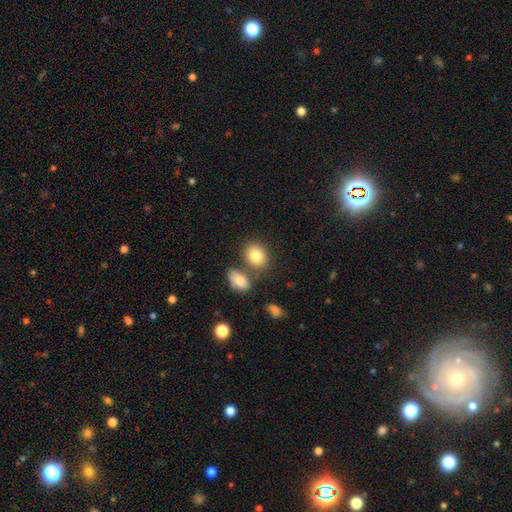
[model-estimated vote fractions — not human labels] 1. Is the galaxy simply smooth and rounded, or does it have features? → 82% smooth, 9% featured or disk, 9% star or artifact.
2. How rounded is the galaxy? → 57% in between, 42% round, 1% cigar-shaped.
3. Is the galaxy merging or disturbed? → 63% none, 20% merger, 12% minor disturbance, 4% major disturbance.